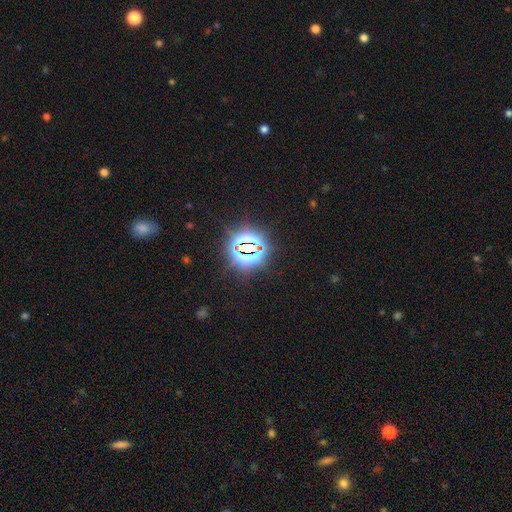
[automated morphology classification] This appears to be a star or artifact, not a galaxy (79%).